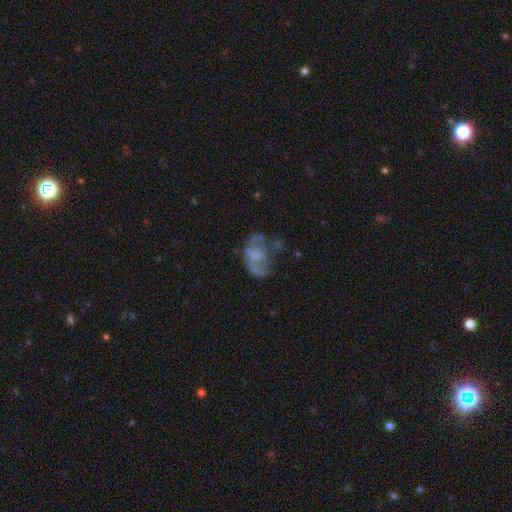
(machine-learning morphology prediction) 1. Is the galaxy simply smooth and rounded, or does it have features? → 56% featured or disk, 31% smooth, 13% star or artifact.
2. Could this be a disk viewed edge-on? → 97% no, 3% yes.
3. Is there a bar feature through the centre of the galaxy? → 79% no, 18% weak, 4% strong.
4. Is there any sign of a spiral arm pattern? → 65% no, 35% yes.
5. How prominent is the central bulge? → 61% none, 16% moderate, 15% small, 6% large, 2% dominant.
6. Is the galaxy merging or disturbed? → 39% major disturbance, 32% none, 21% minor disturbance, 8% merger.